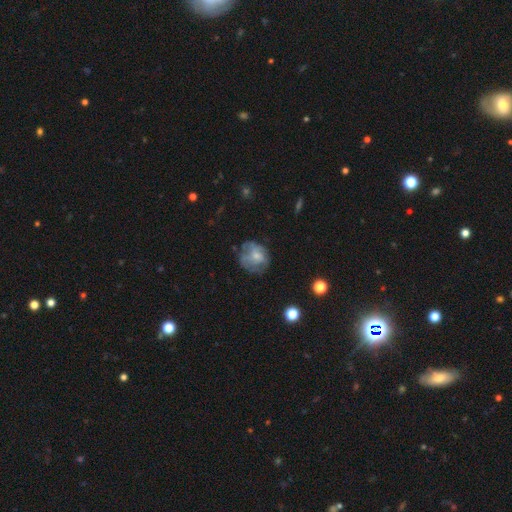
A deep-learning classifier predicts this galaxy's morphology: Smooth or featured: featured or disk — 46% (smooth — 44%)
Merging: none — 56% (minor disturbance — 25%)